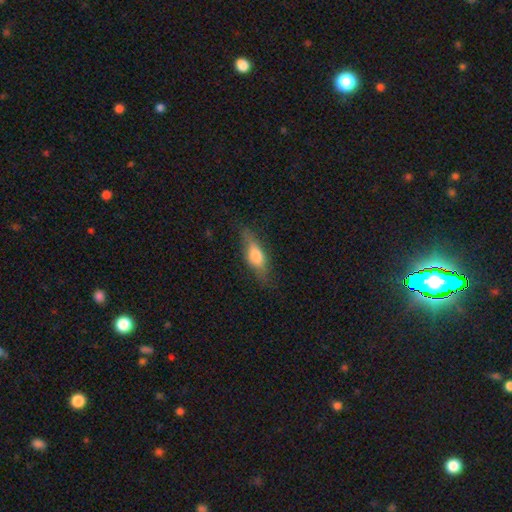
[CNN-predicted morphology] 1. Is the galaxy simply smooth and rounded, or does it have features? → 62% smooth, 31% featured or disk, 7% star or artifact.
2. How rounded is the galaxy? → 56% in between, 41% cigar-shaped, 4% round.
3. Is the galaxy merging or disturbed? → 73% none, 20% minor disturbance, 6% major disturbance, 1% merger.